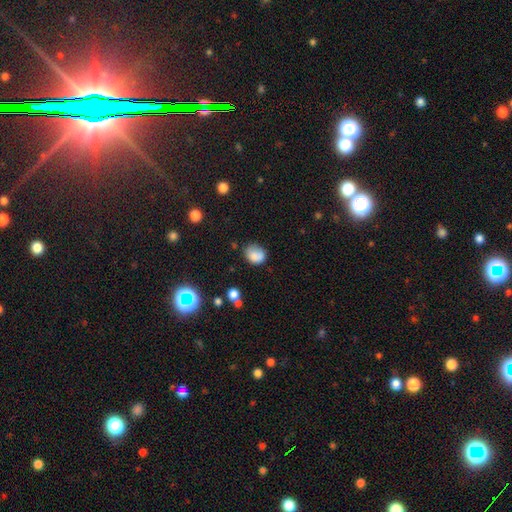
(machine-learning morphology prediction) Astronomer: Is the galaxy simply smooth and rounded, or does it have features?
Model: smooth — 81%.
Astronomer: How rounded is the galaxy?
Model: round — 52% (runner-up: in between, 47%).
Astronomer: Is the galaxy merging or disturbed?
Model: none — 60%.